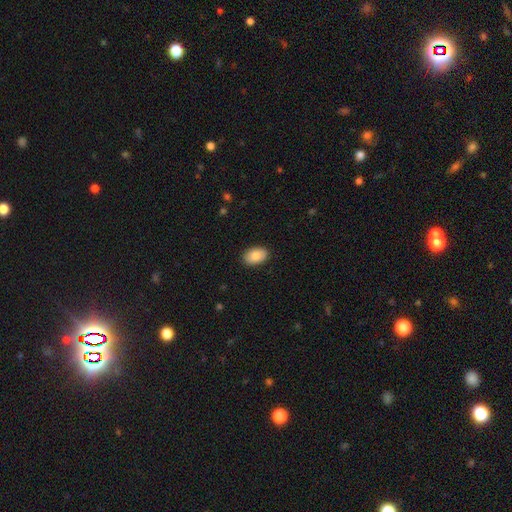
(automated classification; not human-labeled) smooth_or_featured: smooth (p=0.86) [alt: featured or disk p=0.08]
how_rounded: in between (p=0.89) [alt: round p=0.09]
merging: none (p=0.88) [alt: minor disturbance p=0.09]